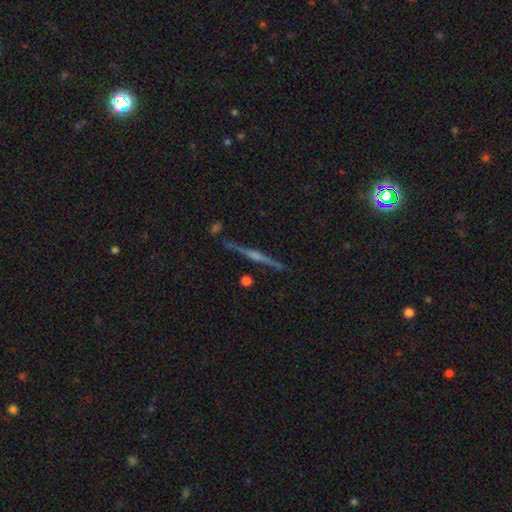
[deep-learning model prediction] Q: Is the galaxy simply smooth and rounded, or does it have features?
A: featured or disk — 72%.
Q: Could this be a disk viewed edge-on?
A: yes — 94%.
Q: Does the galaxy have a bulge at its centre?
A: rounded — 72%.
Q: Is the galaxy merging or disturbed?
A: none — 84%.